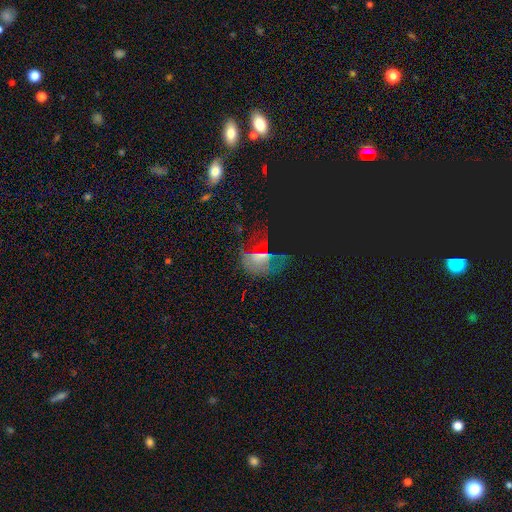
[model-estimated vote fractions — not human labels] Morphology: type=star or artifact (45%).